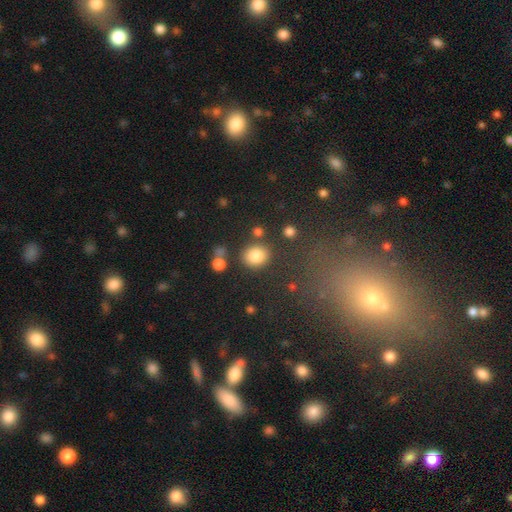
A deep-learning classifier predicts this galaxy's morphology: type=smooth (84%); roundness=round (72%); merging=none (76%).